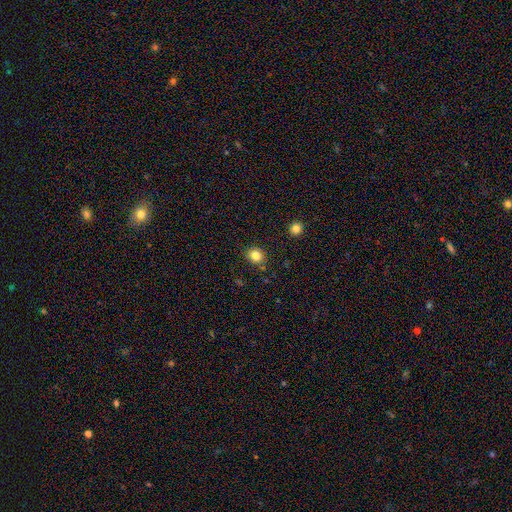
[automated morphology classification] This is clearly a smooth galaxy (83%). How rounded: likely round (73%). Merging: clearly none (87%).